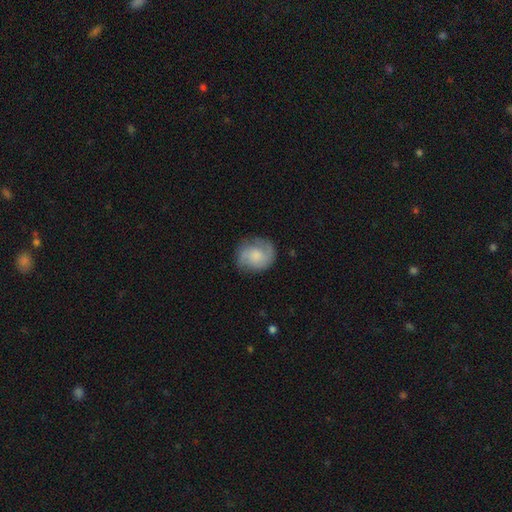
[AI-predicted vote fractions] A featured or disk galaxy (56%) with no bar (71%), spiral arms (91%) and a small central bulge (39%).

Vote fractions:
- Smooth or featured? featured or disk: 56% / smooth: 37% / star or artifact: 7%
- Edge-on disk? no: 98% / yes: 2%
- Bar? no: 71% / weak: 26% / strong: 4%
- Spiral arms? yes: 91% / no: 9%
- Bulge size? small: 39% / moderate: 31% / none: 19% / large: 9% / dominant: 2%
- Merging? none: 74% / minor disturbance: 18% / major disturbance: 7% / merger: 1%